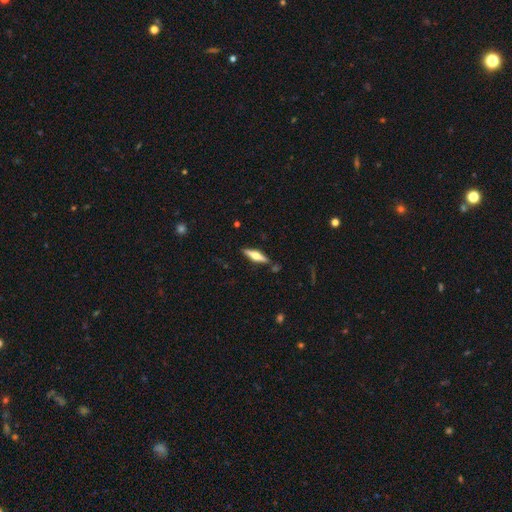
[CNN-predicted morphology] Smooth or featured: featured or disk — 64% (smooth — 31%)
Edge-on disk: yes — 96% (no — 4%)
Edge-on bulge: rounded — 91% (boxy — 6%)
Merging: none — 86% (minor disturbance — 9%)